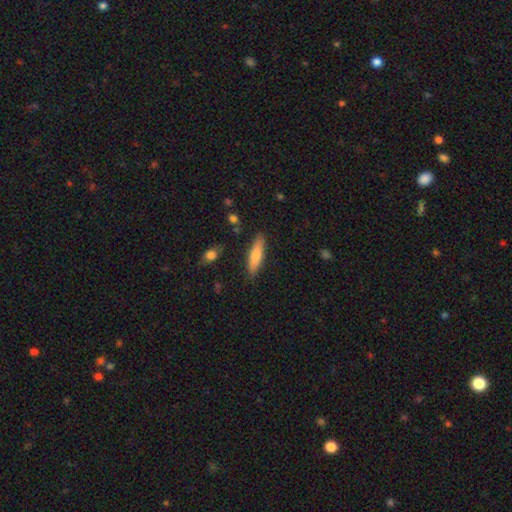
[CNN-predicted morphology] A smooth galaxy with no disk features (76%) that is cigar-shaped (67%).

Vote fractions:
- Smooth or featured? smooth: 76% / featured or disk: 18% / star or artifact: 6%
- How rounded? cigar-shaped: 67% / in between: 32% / round: 2%
- Merging? none: 84% / minor disturbance: 11% / major disturbance: 2% / merger: 2%